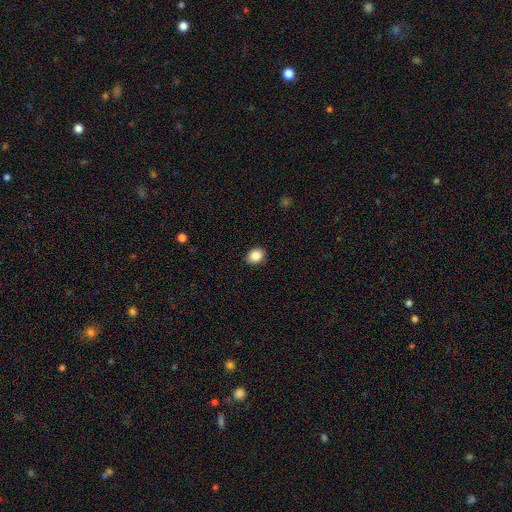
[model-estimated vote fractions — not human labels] Smooth or featured? smooth (87%)
How rounded? in between (56%)
Merging? none (89%)